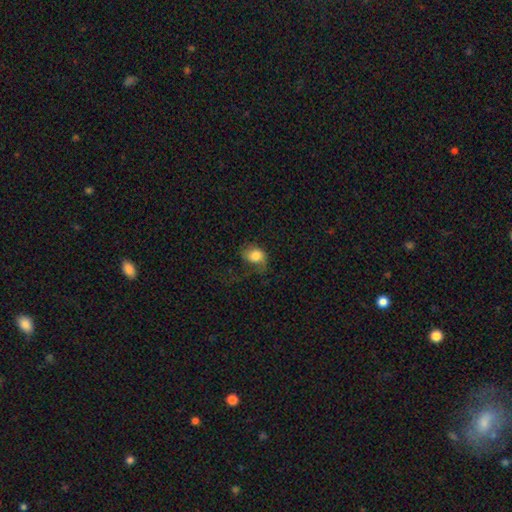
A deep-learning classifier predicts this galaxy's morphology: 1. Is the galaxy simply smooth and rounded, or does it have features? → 70% smooth, 21% featured or disk, 9% star or artifact.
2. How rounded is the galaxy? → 59% in between, 40% round, 1% cigar-shaped.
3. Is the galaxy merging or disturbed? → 37% none (tied), 37% major disturbance (tied), 24% minor disturbance, 2% merger.